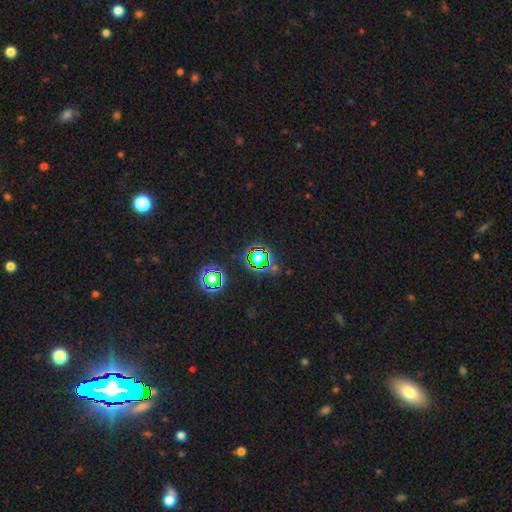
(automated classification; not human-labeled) Morphology: type=star or artifact (64%).